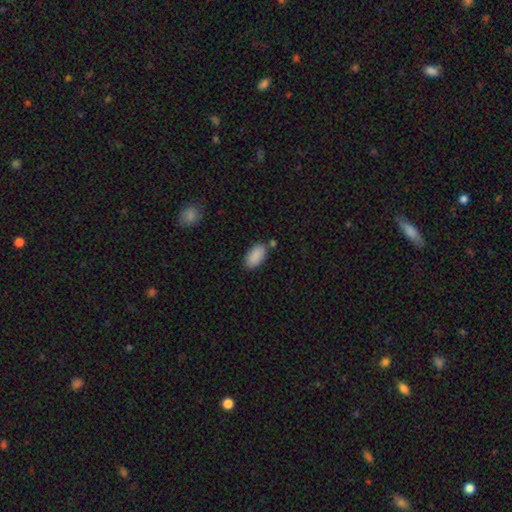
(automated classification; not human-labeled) This is clearly a smooth galaxy (90%). How rounded: clearly in between (94%). Merging: likely none (76%).